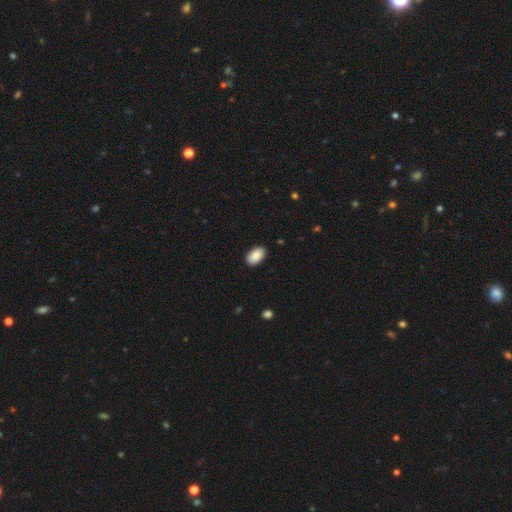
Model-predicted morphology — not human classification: Smooth or featured? smooth (88%)
How rounded? in between (94%)
Merging? none (88%)